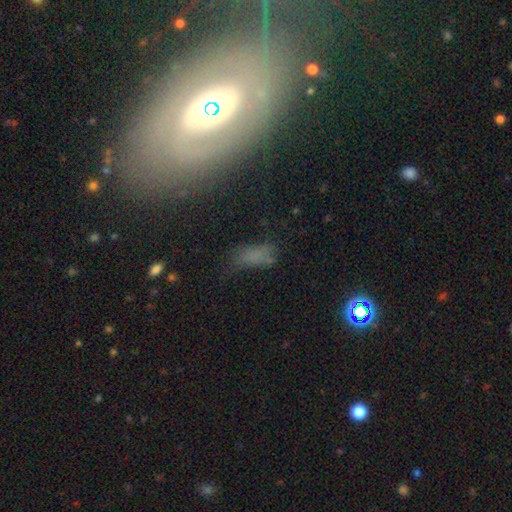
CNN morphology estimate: This is likely a smooth galaxy (60%). How rounded: likely in between (72%). Merging: possibly none (47%).